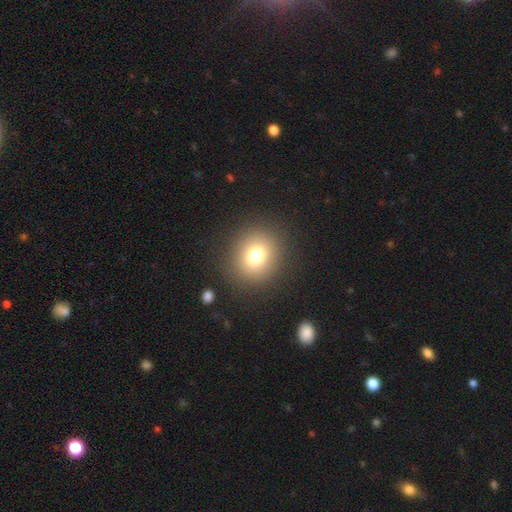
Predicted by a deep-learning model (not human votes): smooth_or_featured: smooth (p=0.75) [alt: star or artifact p=0.14]
how_rounded: round (p=0.83) [alt: in between p=0.16]
merging: none (p=0.88) [alt: minor disturbance p=0.06]